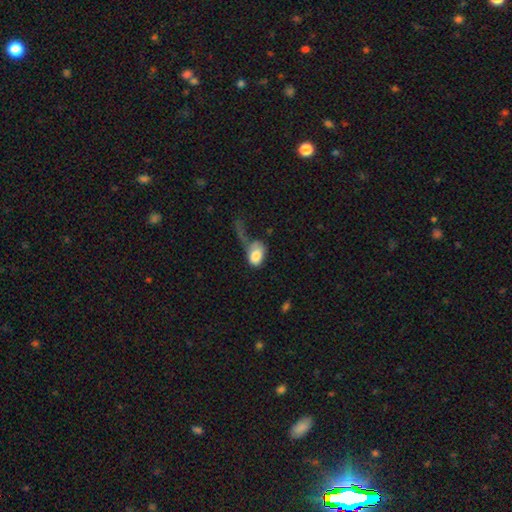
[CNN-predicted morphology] smooth-or-featured: smooth: 77% | featured or disk: 16% | star or artifact: 7%
  how-rounded: in between: 84% | round: 14% | cigar-shaped: 2%
  merging: major disturbance: 55% | none: 17% | minor disturbance: 17% | merger: 11%